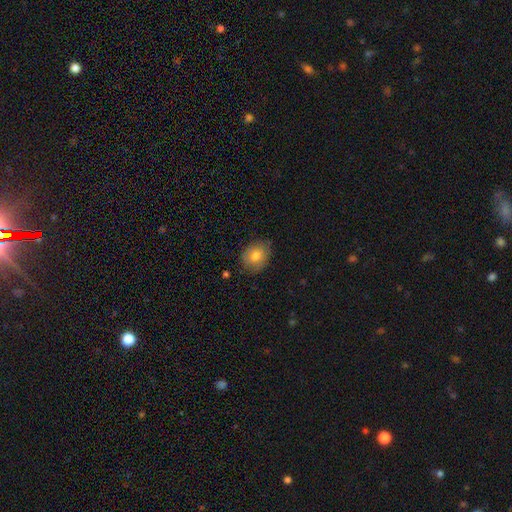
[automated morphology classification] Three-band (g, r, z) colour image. It shows a smooth galaxy with no disk features (77%) that is in between round and cigar-shaped (52%). Merging: none (75%).